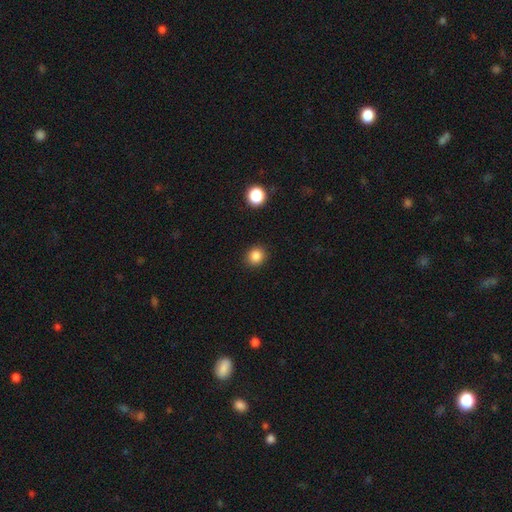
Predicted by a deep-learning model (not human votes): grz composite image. It shows a smooth galaxy with no disk features (85%) that is round (85%). Merging: none (91%).